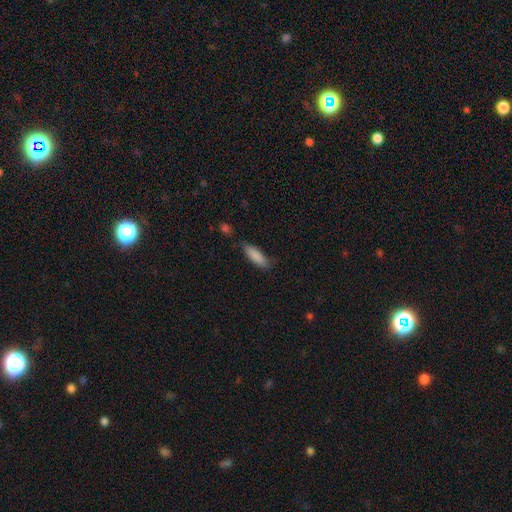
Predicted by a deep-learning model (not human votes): A smooth galaxy with no disk features (87%) that is in between round and cigar-shaped (54%). Merging: none (76%).